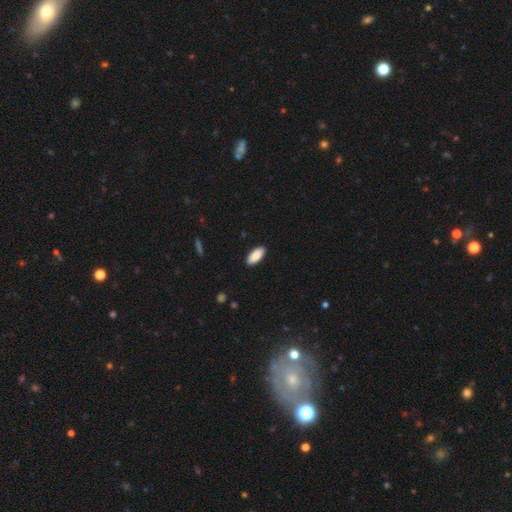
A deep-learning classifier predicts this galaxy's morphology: Smooth or featured: smooth — 89% (star or artifact — 6%)
How rounded: in between — 87% (cigar-shaped — 11%)
Merging: none — 90% (minor disturbance — 8%)